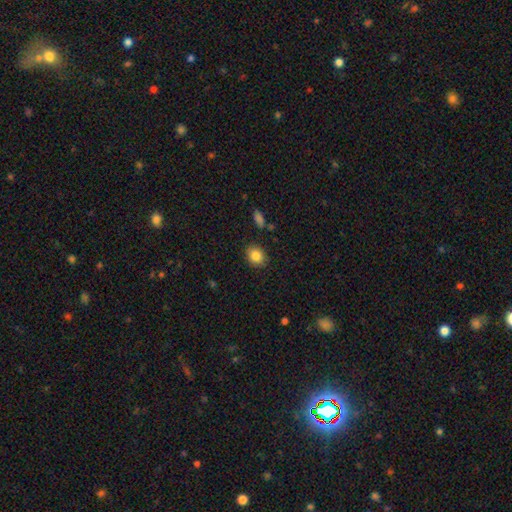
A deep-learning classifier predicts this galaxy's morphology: This is clearly a smooth galaxy (85%). How rounded: possibly round (55%). Merging: clearly none (87%).